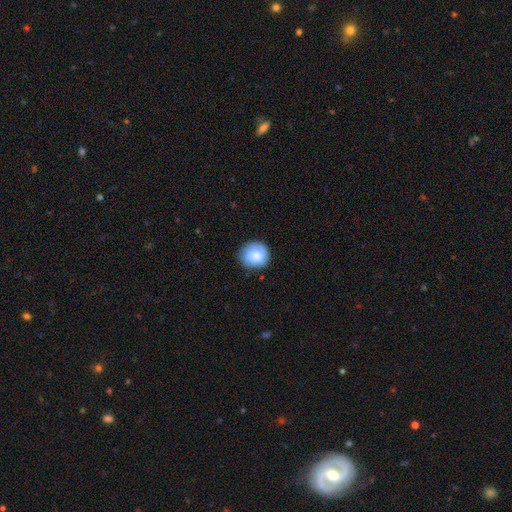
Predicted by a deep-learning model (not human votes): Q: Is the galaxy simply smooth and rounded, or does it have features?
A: smooth — 62%.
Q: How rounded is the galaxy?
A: round — 87%.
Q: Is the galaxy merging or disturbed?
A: none — 77%.